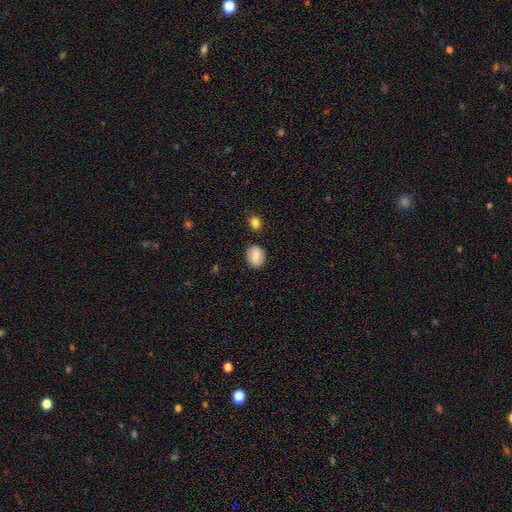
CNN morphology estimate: Overall: smooth (71%). How rounded: round (50%; in between 49%). Merging: none (80%).